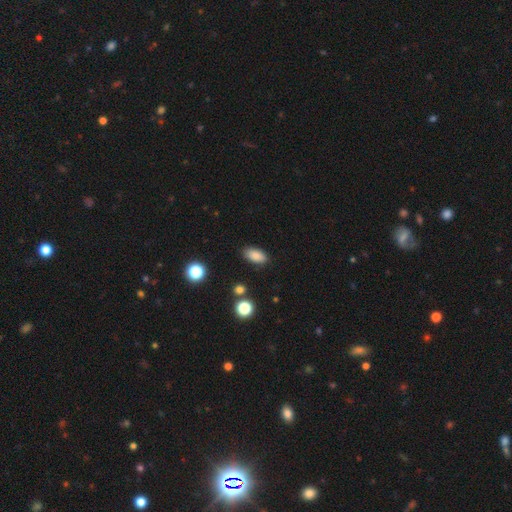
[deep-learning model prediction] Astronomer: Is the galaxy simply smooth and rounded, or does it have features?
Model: smooth — 85%.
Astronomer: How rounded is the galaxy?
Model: in between — 90%.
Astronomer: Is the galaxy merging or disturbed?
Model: none — 86%.